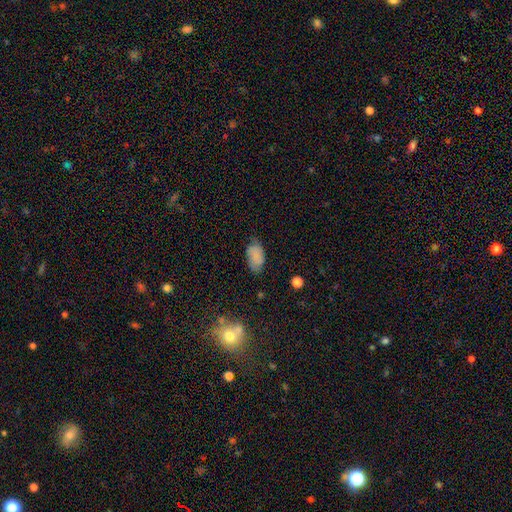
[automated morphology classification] This is clearly a smooth galaxy (81%). How rounded: clearly in between (94%). Merging: likely none (68%).